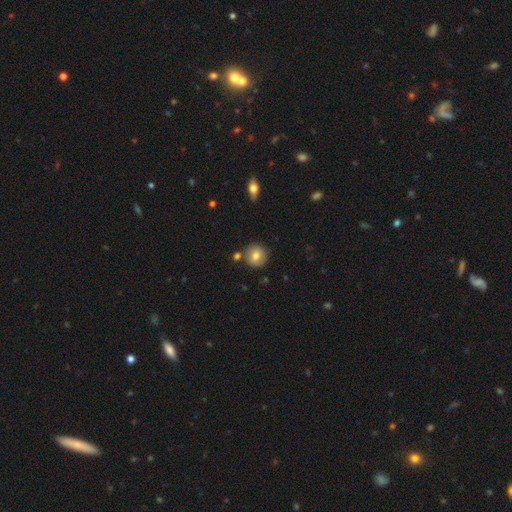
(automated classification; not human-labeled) Q: Smooth or featured?
A: smooth (76%); runner-up: featured or disk (14%)
Q: How rounded?
A: round (92%); runner-up: in between (7%)
Q: Merging?
A: none (80%); runner-up: minor disturbance (9%)